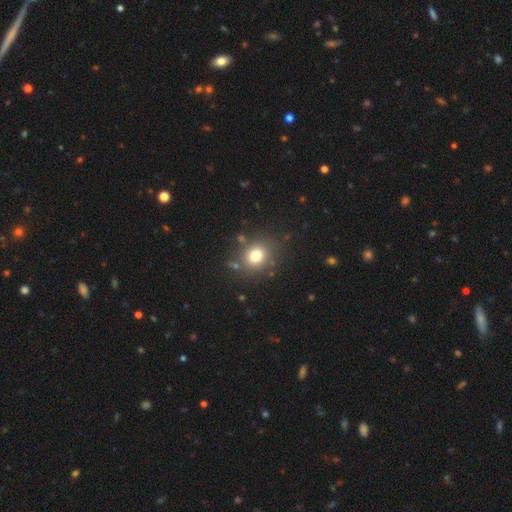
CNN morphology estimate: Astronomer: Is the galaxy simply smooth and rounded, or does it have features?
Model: smooth — 77%.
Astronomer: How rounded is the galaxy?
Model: round — 68%.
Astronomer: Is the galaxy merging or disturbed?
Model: none — 81%.